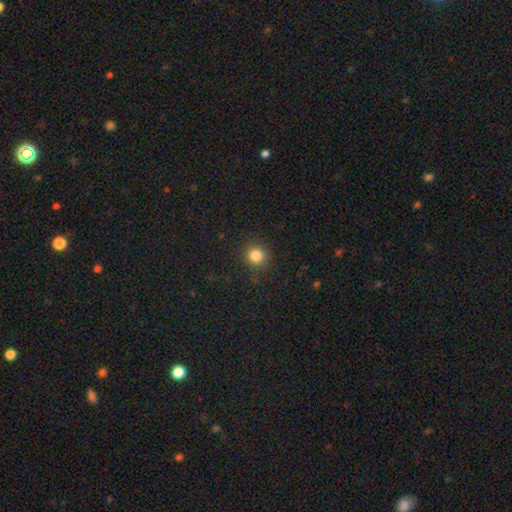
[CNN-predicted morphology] A smooth galaxy with no disk features (83%) that is round (91%). Merging: none (88%).